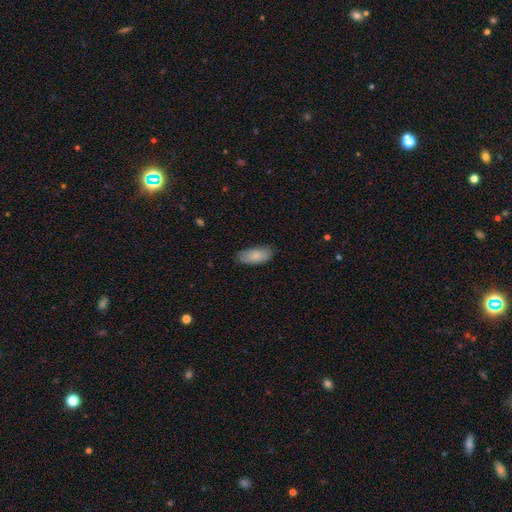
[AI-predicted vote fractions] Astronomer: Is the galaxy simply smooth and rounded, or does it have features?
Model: smooth — 84%.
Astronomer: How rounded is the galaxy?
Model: in between — 87%.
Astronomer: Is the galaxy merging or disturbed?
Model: none — 83%.